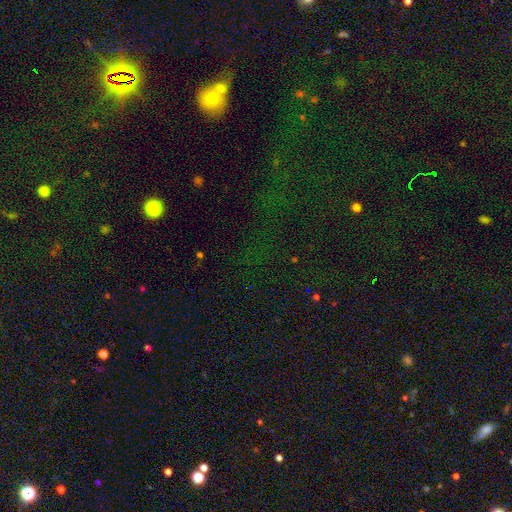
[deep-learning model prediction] Morphology: type=star or artifact (69%).